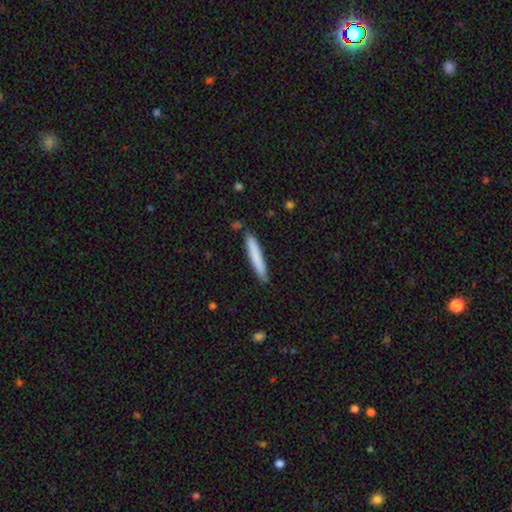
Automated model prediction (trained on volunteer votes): Morphology: type=smooth (78%); roundness=cigar-shaped (95%); merging=none (88%).